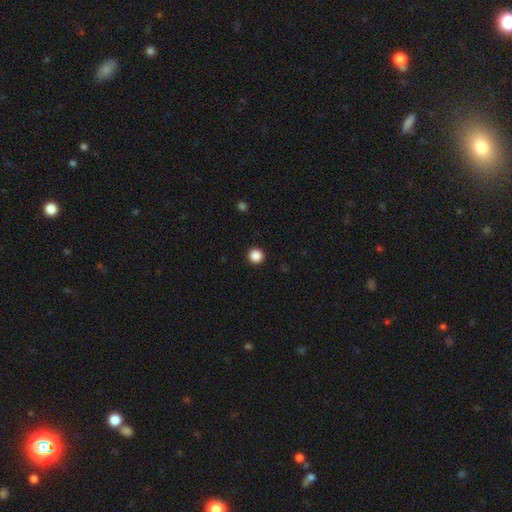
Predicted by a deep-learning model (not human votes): Q: Smooth or featured?
A: smooth (87%); runner-up: star or artifact (10%)
Q: How rounded?
A: round (96%); runner-up: in between (3%)
Q: Merging?
A: none (94%); runner-up: minor disturbance (4%)